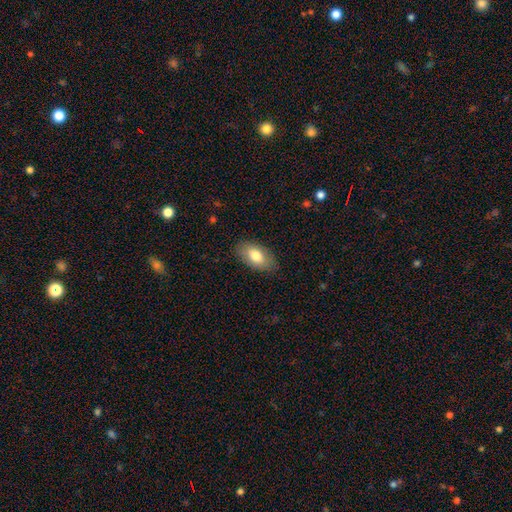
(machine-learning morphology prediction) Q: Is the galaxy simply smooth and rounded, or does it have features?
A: smooth — 77%.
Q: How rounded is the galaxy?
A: in between — 93%.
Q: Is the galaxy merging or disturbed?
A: none — 85%.